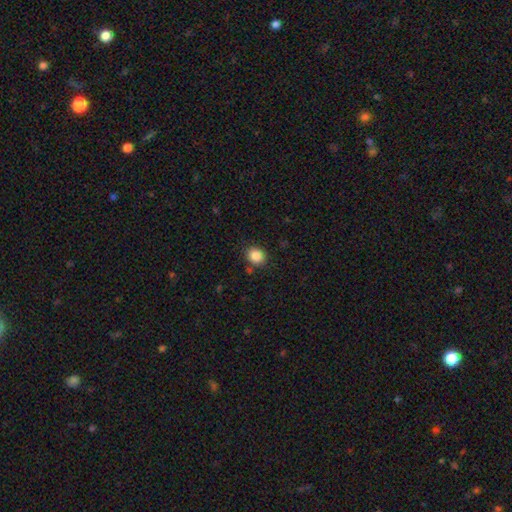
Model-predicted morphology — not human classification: type=smooth (86%); roundness=round (70%); merging=none (84%).